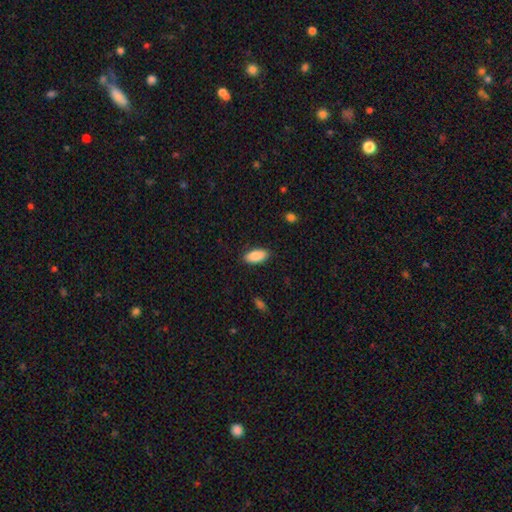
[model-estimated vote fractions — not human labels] smooth_or_featured: smooth (p=0.89) [alt: star or artifact p=0.06]
how_rounded: in between (p=0.91) [alt: cigar-shaped p=0.07]
merging: none (p=0.87) [alt: minor disturbance p=0.10]